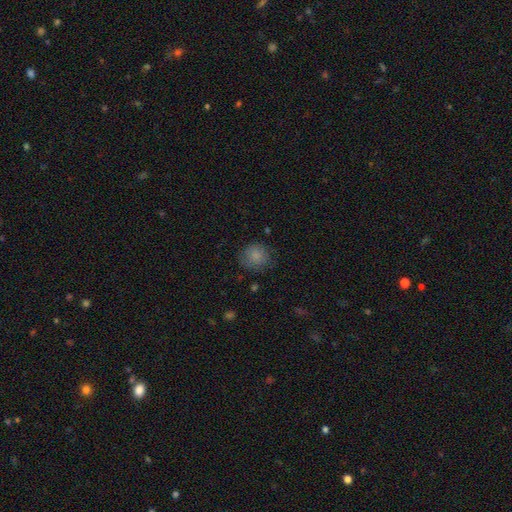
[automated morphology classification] Smooth or featured? smooth (84%)
How rounded? round (87%)
Merging? none (76%)